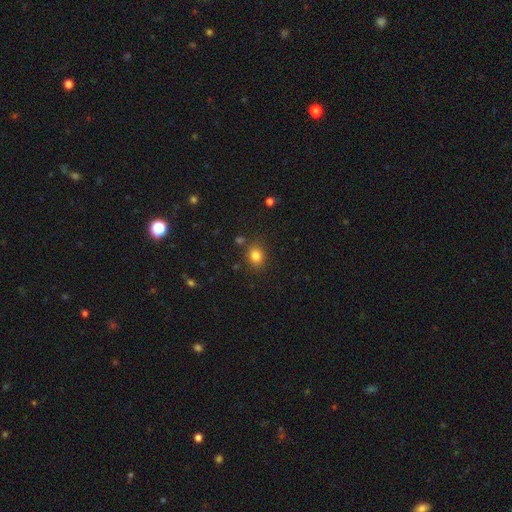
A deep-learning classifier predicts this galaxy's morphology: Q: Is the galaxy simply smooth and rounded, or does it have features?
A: smooth — 82%.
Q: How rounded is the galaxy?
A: round — 52%.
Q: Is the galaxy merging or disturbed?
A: none — 80%.